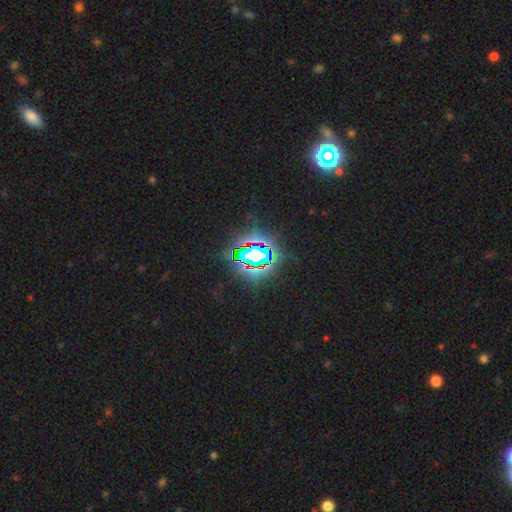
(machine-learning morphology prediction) This is likely a star or artifact rather than a galaxy (77%).